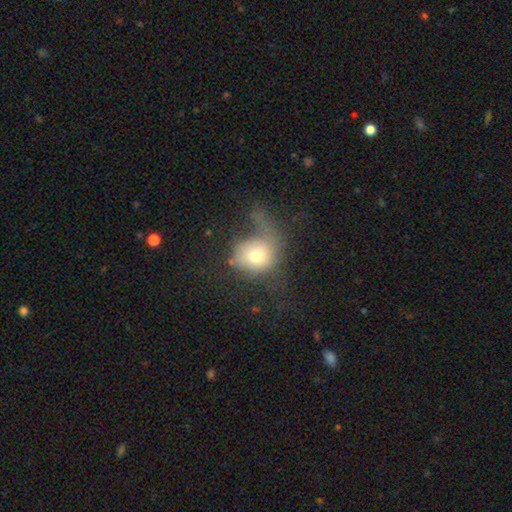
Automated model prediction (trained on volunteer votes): This is likely a smooth galaxy (66%). How rounded: likely round (74%). Merging: possibly major disturbance (50%).